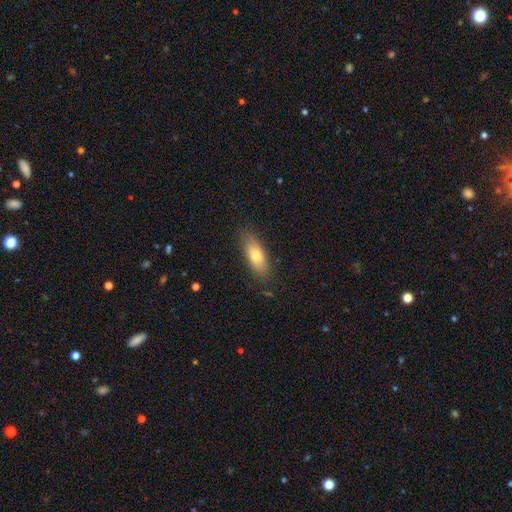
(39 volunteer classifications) Smooth or featured?
  - smooth: 82% *
  - featured or disk: 15%
  - star or artifact: 3%
How rounded?
  - in between: 78% *
  - cigar-shaped: 22%
  - round: 0%
Merging?
  - none: 84% *
  - minor disturbance: 13%
  - major disturbance: 3%
  - merger: 0%